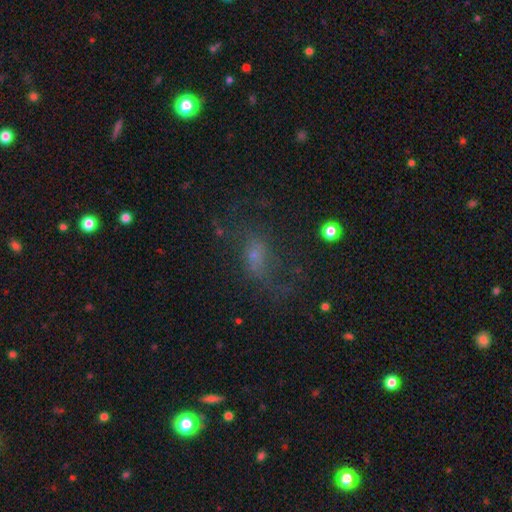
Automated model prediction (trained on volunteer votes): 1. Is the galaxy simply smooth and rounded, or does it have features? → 43% smooth, 37% featured or disk, 20% star or artifact.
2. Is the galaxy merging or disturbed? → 44% none, 32% major disturbance, 21% minor disturbance, 3% merger.